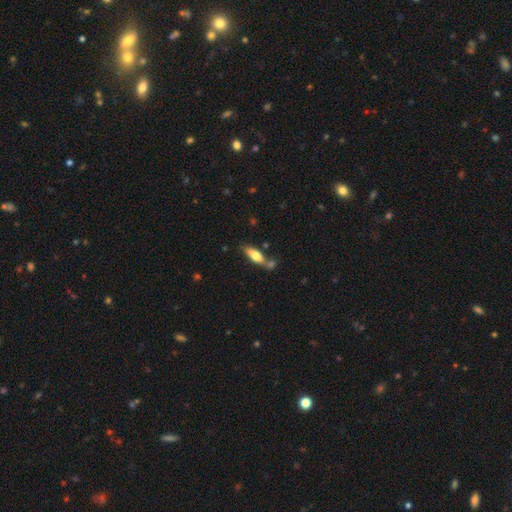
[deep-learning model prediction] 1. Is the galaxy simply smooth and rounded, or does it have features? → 64% smooth, 30% featured or disk, 7% star or artifact.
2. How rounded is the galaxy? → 58% in between, 39% cigar-shaped, 2% round.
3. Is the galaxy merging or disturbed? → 59% none, 21% merger, 16% minor disturbance, 4% major disturbance.